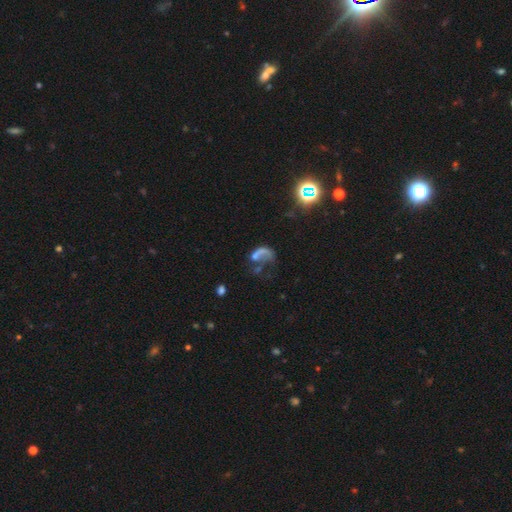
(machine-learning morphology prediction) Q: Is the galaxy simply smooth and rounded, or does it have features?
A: featured or disk — 39%.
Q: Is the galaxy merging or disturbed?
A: major disturbance — 35%.